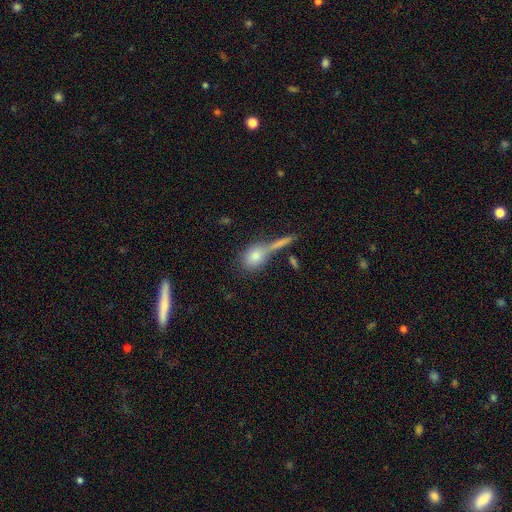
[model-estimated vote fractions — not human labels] Smooth or featured?
  - smooth: 75% *
  - featured or disk: 15%
  - star or artifact: 9%
How rounded?
  - round: 49% *
  - in between: 42%
  - cigar-shaped: 9%
Merging?
  - none: 45% *
  - merger: 31%
  - minor disturbance: 14%
  - major disturbance: 9%